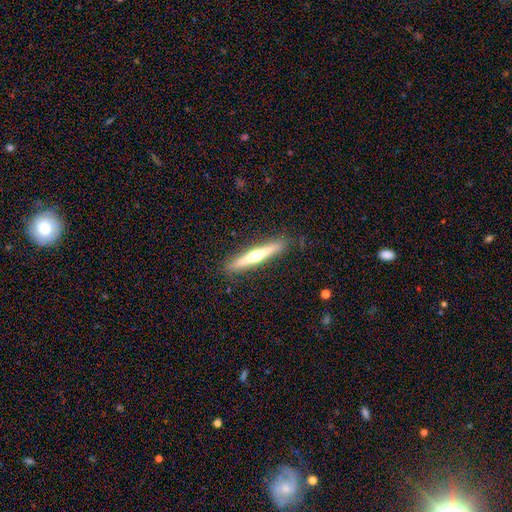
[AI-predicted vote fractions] Smooth or featured? Predicted: featured or disk (p=0.62). Edge-on disk? Predicted: yes (p=0.97). Edge-on bulge? Predicted: rounded (p=0.87). Merging? Predicted: none (p=0.89).